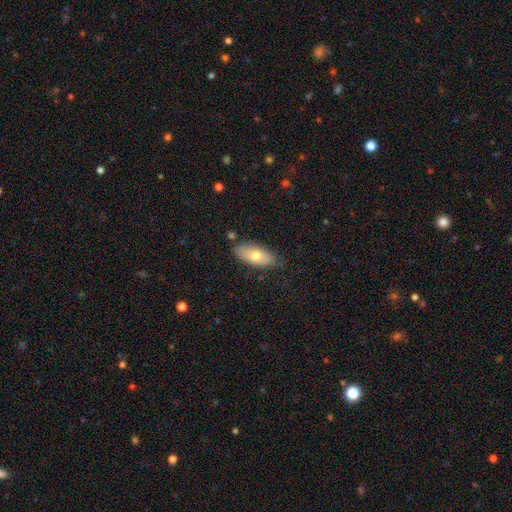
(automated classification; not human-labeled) smooth-or-featured: smooth: 68% | featured or disk: 26% | star or artifact: 7%
  how-rounded: in between: 86% | cigar-shaped: 11% | round: 3%
  merging: none: 78% | minor disturbance: 17% | major disturbance: 3% | merger: 2%